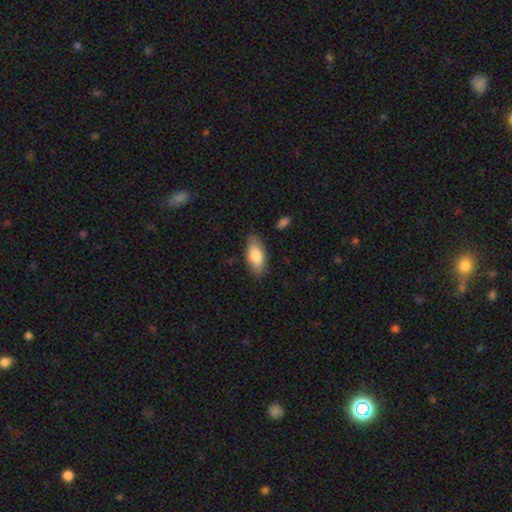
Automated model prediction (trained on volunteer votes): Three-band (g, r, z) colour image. It shows a smooth galaxy with no disk features (80%) that is in between round and cigar-shaped (85%). Merging: none (81%).